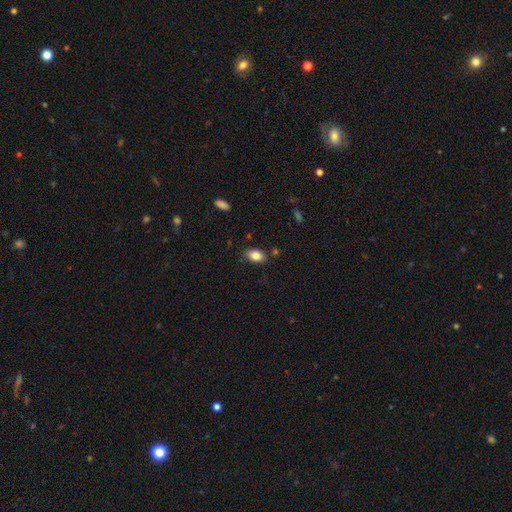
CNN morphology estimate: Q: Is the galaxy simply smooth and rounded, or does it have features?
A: smooth — 85%.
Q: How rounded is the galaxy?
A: in between — 87%.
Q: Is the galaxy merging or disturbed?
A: none — 79%.